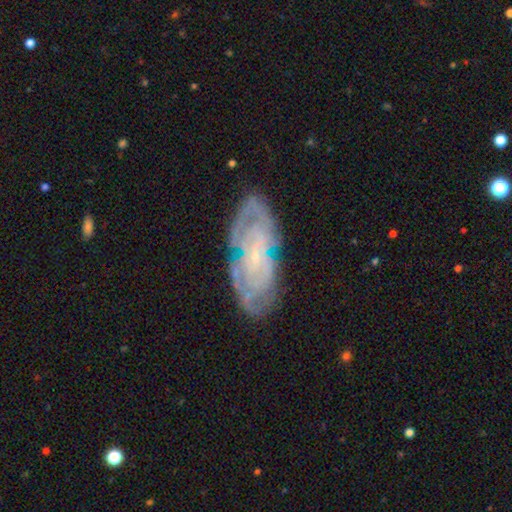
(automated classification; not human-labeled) The model was most divided on "spiral arm count": can't tell: 53%, 2: 17%, 3: 11%, 4: 9%, more than 4: 6%, 1: 5%. More confident: edge-on disk — no (90%); spiral arms — yes (85%); bulge size — small (82%); smooth or featured — featured or disk (76%); merging — none (76%); spiral winding — tight (71%); bar — no (68%).